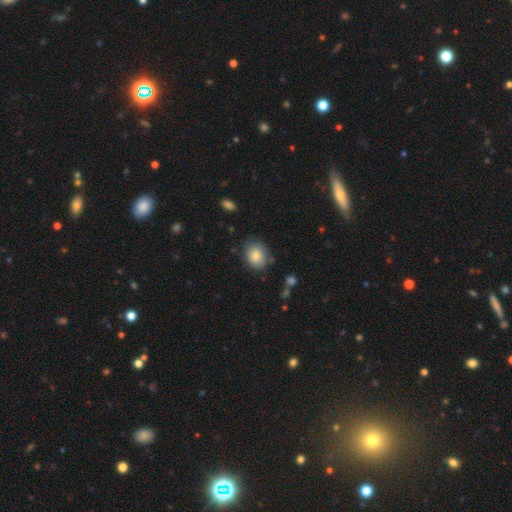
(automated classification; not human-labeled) Smooth or featured? smooth (81%)
How rounded? round (54%)
Merging? none (78%)